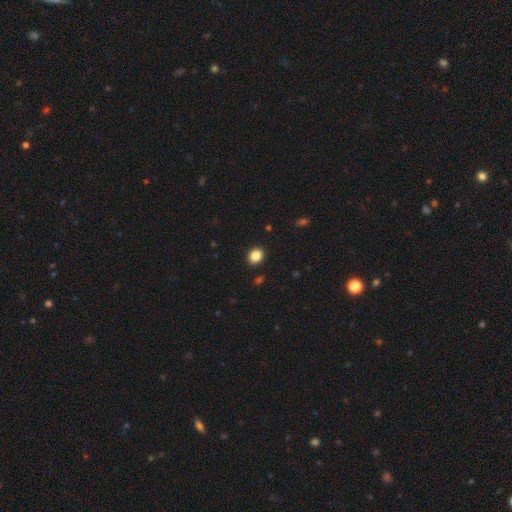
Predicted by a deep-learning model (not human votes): Q: Smooth or featured?
A: smooth (86%); runner-up: star or artifact (10%)
Q: How rounded?
A: round (61%); runner-up: in between (38%)
Q: Merging?
A: none (91%); runner-up: minor disturbance (6%)